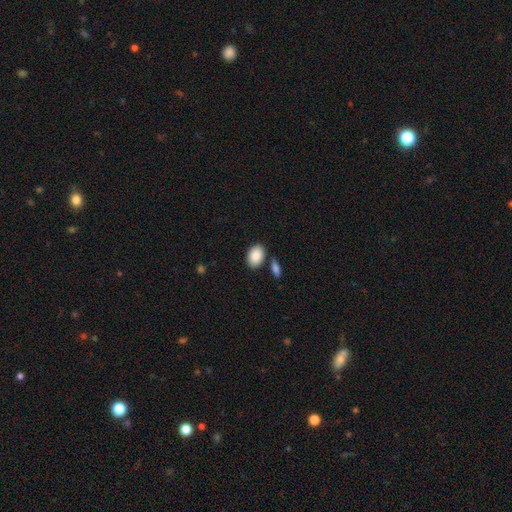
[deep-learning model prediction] The model was most divided on "merging": none: 77%, minor disturbance: 11%, merger: 9%, major disturbance: 3%. More confident: smooth or featured — smooth (90%); how rounded — in between (87%).